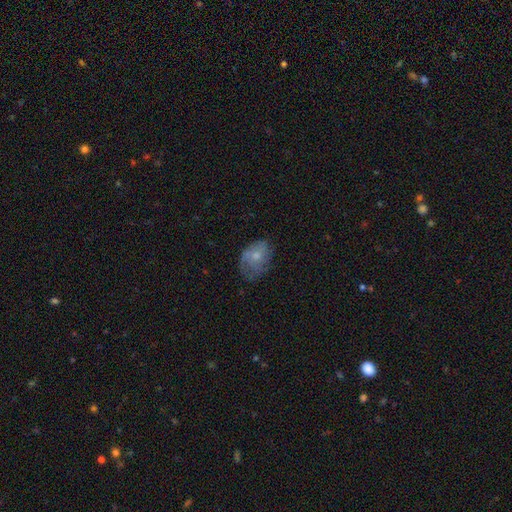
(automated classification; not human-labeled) Smooth or featured? smooth (52%)
How rounded? in between (76%)
Merging? none (52%)